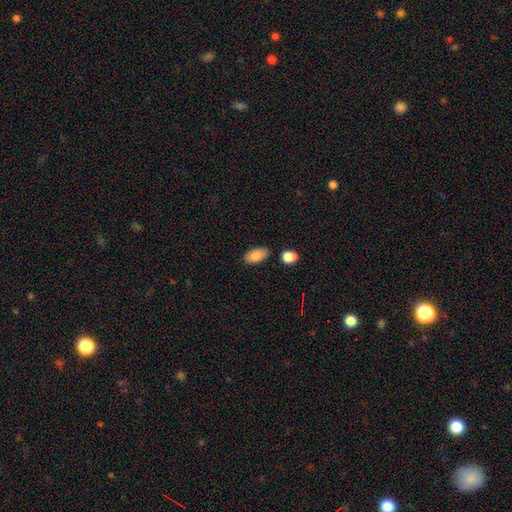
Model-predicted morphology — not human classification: type=smooth (84%); roundness=in between (93%); merging=none (80%).